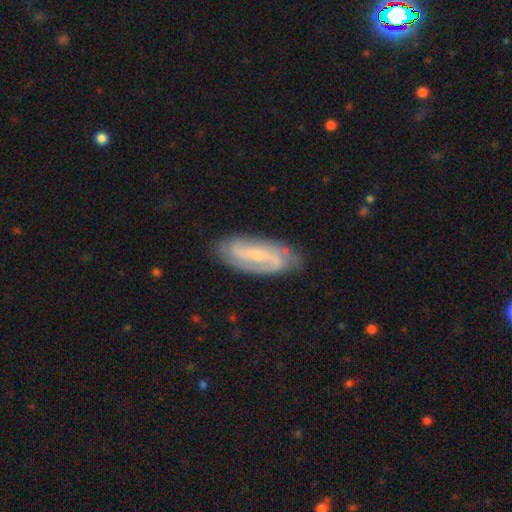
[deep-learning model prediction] A featured or disk galaxy (76%) with a weak bar (44%), 2 (73%) medium (41%) spiral arms (93%) and a small central bulge (71%). Merging: none (81%).